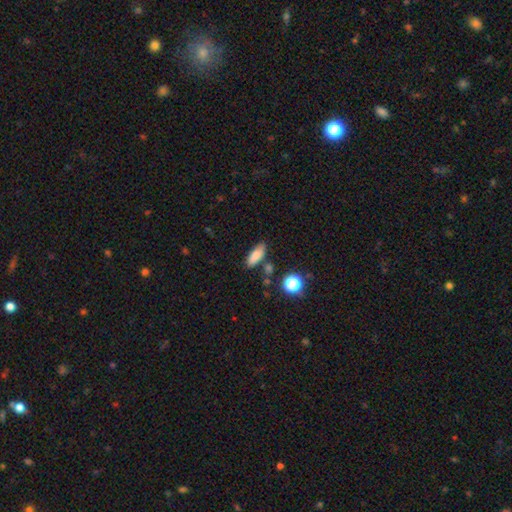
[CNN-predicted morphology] Smooth or featured? Predicted: smooth (p=0.82). How rounded? Predicted: in between (p=0.68). Merging? Predicted: none (p=0.78).